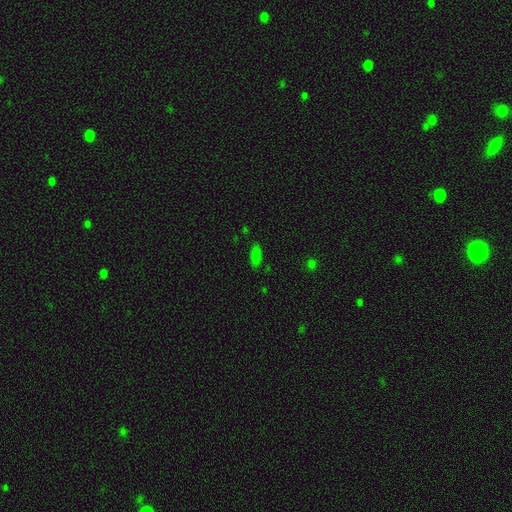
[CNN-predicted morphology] The model was most divided on "how rounded": in between: 79%, cigar-shaped: 18%, round: 3%. More confident: merging — none (83%); smooth or featured — smooth (79%).